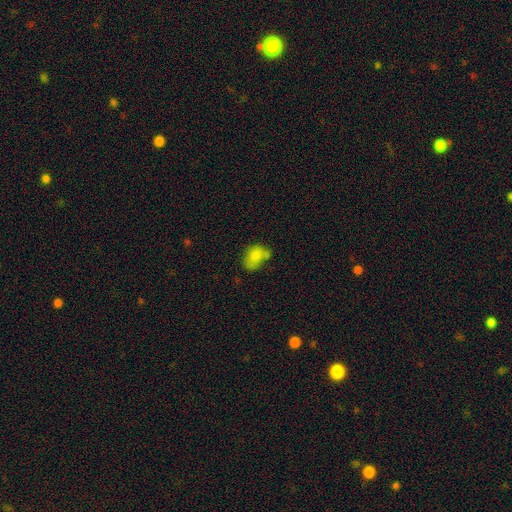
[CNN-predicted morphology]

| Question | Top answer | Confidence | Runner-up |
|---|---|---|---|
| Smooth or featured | smooth | 78% | featured or disk (12%) |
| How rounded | in between | 75% | round (24%) |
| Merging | none | 40% | minor disturbance (26%) |